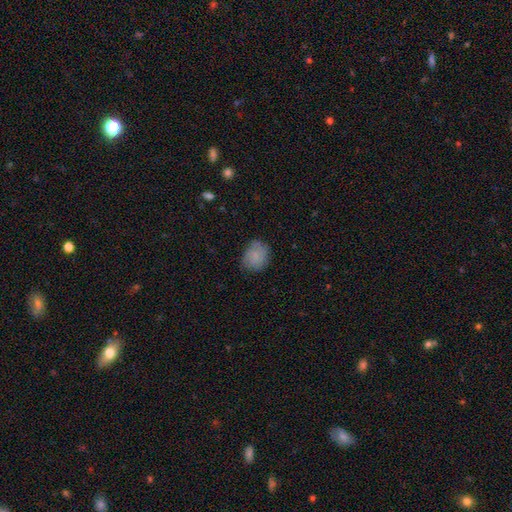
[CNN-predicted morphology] A smooth galaxy with no disk features (74%) that is round (67%).

Vote fractions:
- Smooth or featured? smooth: 74% / featured or disk: 17% / star or artifact: 8%
- How rounded? round: 67% / in between: 32% / cigar-shaped: 1%
- Merging? none: 69% / minor disturbance: 23% / major disturbance: 6% / merger: 1%